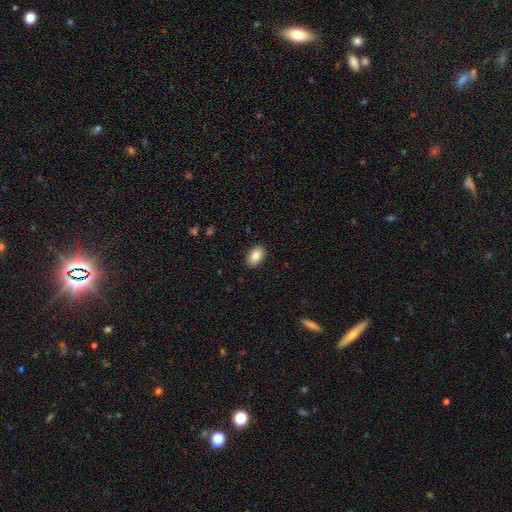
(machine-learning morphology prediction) smooth_or_featured: smooth (p=0.88) [alt: star or artifact p=0.07]
how_rounded: in between (p=0.90) [alt: round p=0.08]
merging: none (p=0.89) [alt: minor disturbance p=0.08]